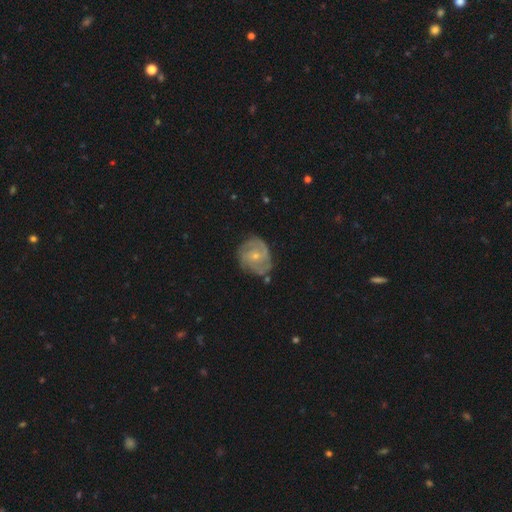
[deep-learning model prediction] Smooth or featured? Predicted: featured or disk (p=0.80). Edge-on disk? Predicted: no (p=0.98). Bar? Predicted: no (p=0.64). Spiral arms? Predicted: yes (p=0.94). Spiral winding? Predicted: tight (p=0.51). Spiral arm count? Predicted: 3 (p=0.36). Bulge size? Predicted: small (p=0.71). Merging? Predicted: none (p=0.70).